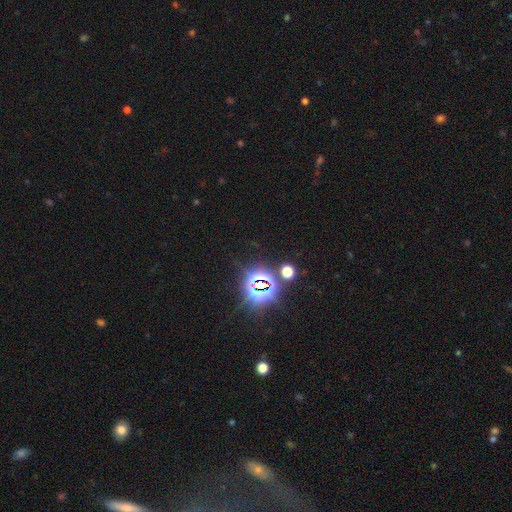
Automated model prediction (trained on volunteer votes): This appears to be a star or artifact, not a galaxy (82%).